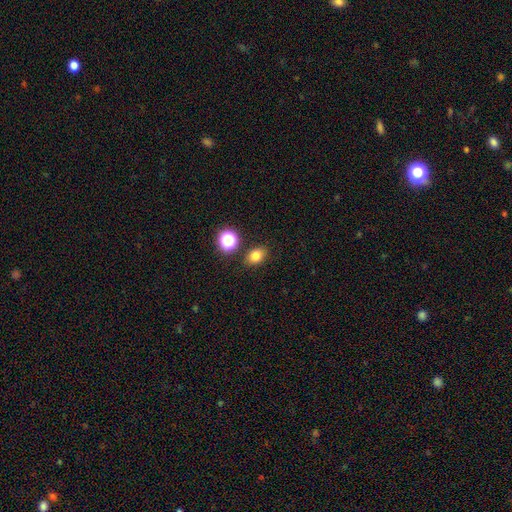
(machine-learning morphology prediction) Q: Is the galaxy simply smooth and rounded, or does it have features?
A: smooth — 78%.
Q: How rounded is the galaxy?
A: in between — 67%.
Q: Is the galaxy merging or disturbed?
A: none — 83%.